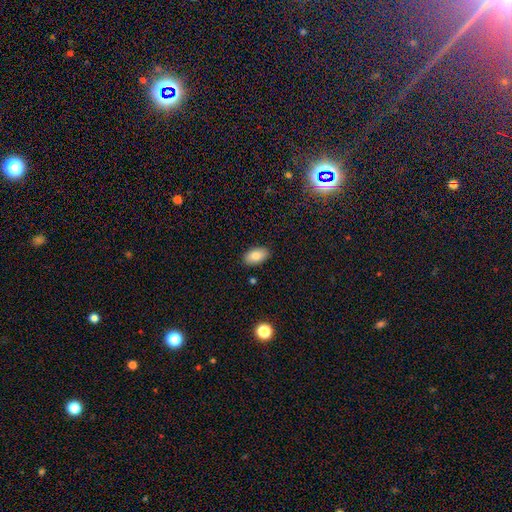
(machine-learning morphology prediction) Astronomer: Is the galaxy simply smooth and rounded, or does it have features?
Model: smooth — 83%.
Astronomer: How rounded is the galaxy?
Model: in between — 94%.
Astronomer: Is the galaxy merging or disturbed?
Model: none — 88%.